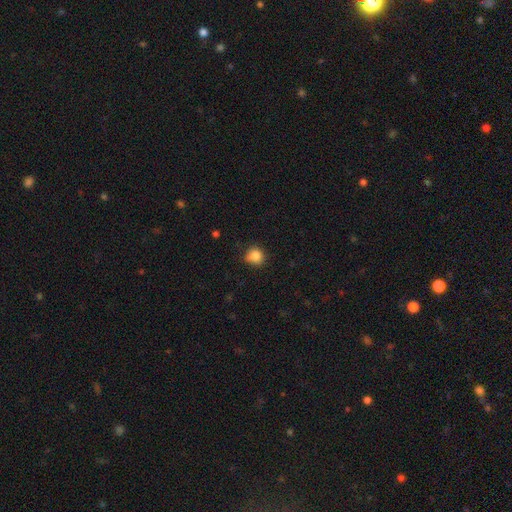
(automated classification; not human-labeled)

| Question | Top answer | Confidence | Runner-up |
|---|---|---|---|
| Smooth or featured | smooth | 84% | star or artifact (11%) |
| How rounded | round | 86% | in between (13%) |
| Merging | none | 75% | minor disturbance (20%) |